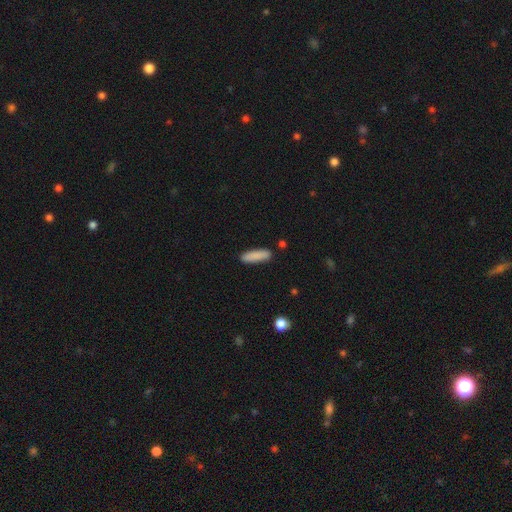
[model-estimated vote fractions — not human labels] Smooth or featured? Predicted: smooth (p=0.88). How rounded? Predicted: cigar-shaped (p=0.64). Merging? Predicted: none (p=0.88).